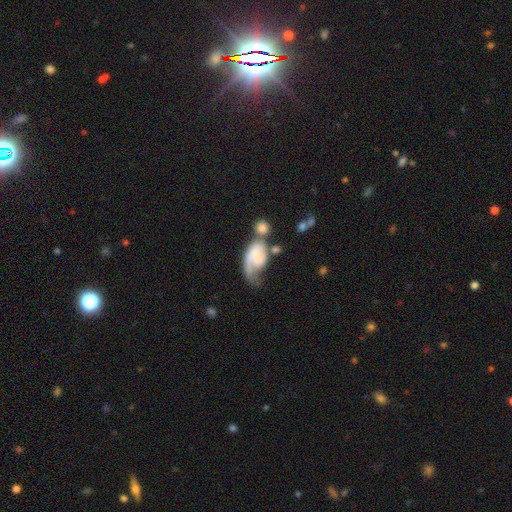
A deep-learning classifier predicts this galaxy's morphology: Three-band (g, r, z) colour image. It shows a featured or disk galaxy (63%) with no bar (51%), 1 (55%) loose (39%) spiral arms (85%) and a small central bulge (38%). Merging: major disturbance (31%).